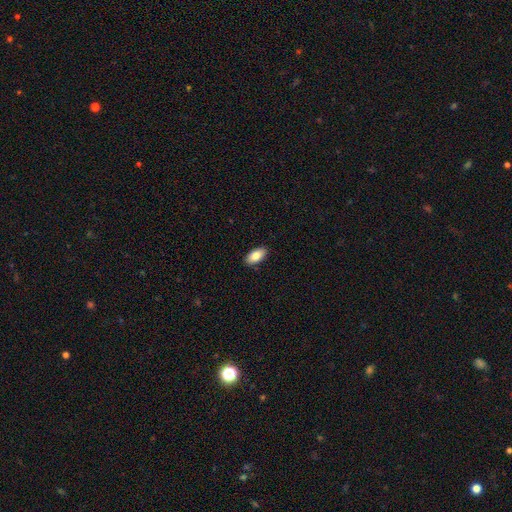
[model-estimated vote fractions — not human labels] Q: Smooth or featured?
A: smooth (85%); runner-up: featured or disk (8%)
Q: How rounded?
A: in between (93%); runner-up: cigar-shaped (5%)
Q: Merging?
A: none (89%); runner-up: minor disturbance (8%)